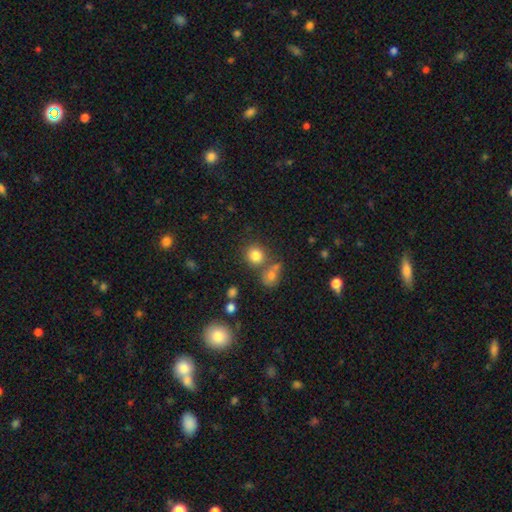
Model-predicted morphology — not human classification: Overall: smooth (81%). How rounded: round (84%). Merging: none (66%).